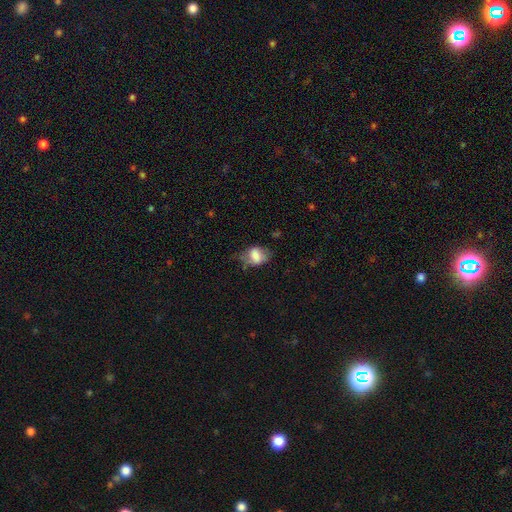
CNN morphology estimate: This is likely a smooth galaxy (70%). How rounded: likely in between (72%). Merging: marginally none (41%).